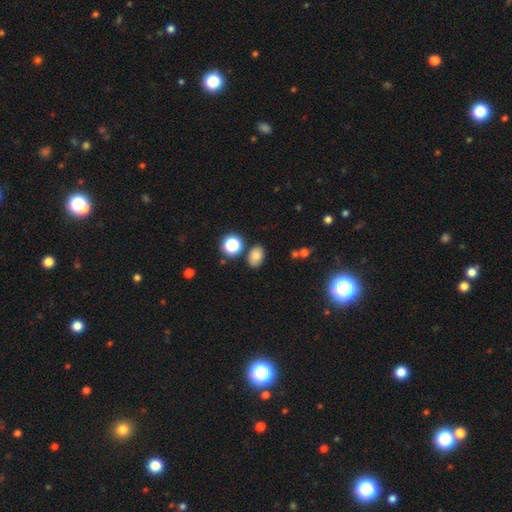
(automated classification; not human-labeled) Overall: smooth (78%). How rounded: in between (82%). Merging: none (79%).